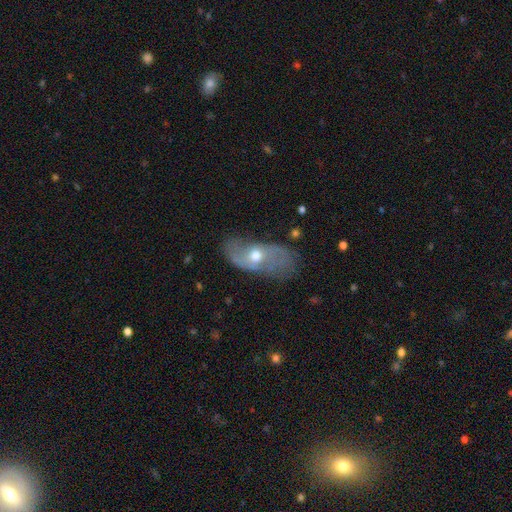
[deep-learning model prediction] This is likely a featured or disk galaxy (60%). It is clearly not viewed edge-on (88%). Bar: likely no (64%). Spiral arm pattern: likely yes (64%). Central bulge: likely moderate (73%). Merging: possibly none (55%).